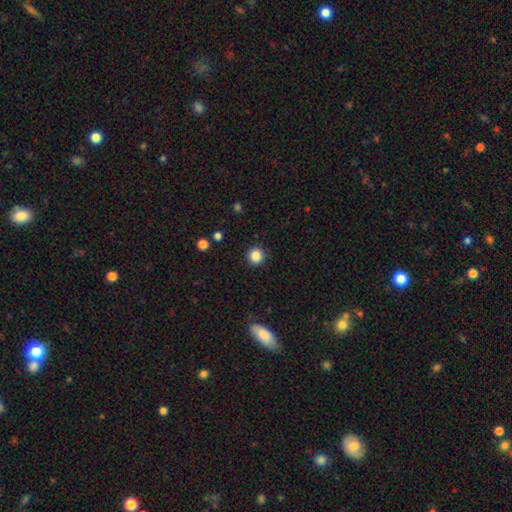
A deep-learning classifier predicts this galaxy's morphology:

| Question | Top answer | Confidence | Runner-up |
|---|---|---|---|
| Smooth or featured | smooth | 86% | star or artifact (11%) |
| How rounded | round | 94% | in between (5%) |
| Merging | none | 91% | minor disturbance (5%) |